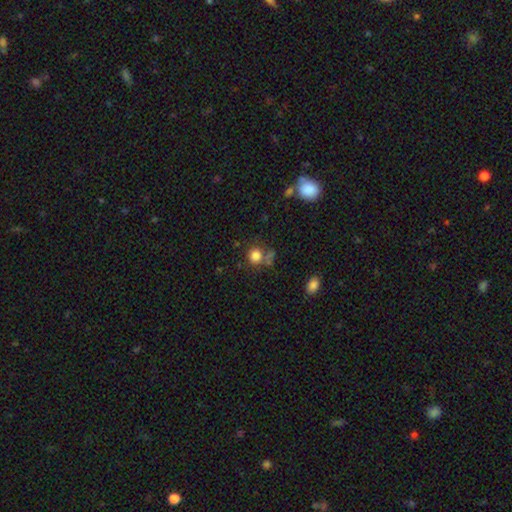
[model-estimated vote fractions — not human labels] A smooth galaxy with no disk features (81%) that is round (86%).

Vote fractions:
- Smooth or featured? smooth: 81% / star or artifact: 12% / featured or disk: 7%
- How rounded? round: 86% / in between: 12% / cigar-shaped: 1%
- Merging? none: 64% / merger: 16% / minor disturbance: 13% / major disturbance: 7%